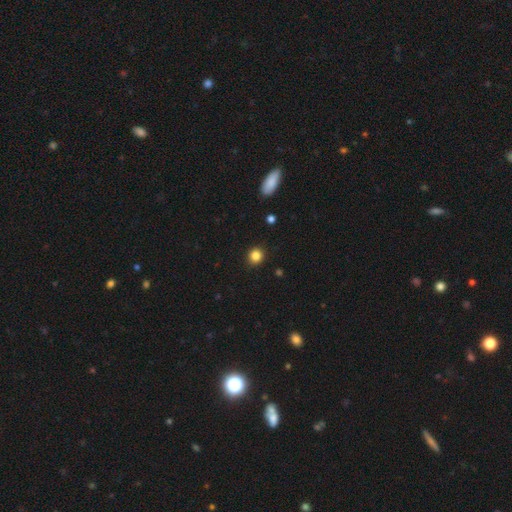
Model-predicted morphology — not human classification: type=smooth (84%); roundness=round (89%); merging=none (91%).